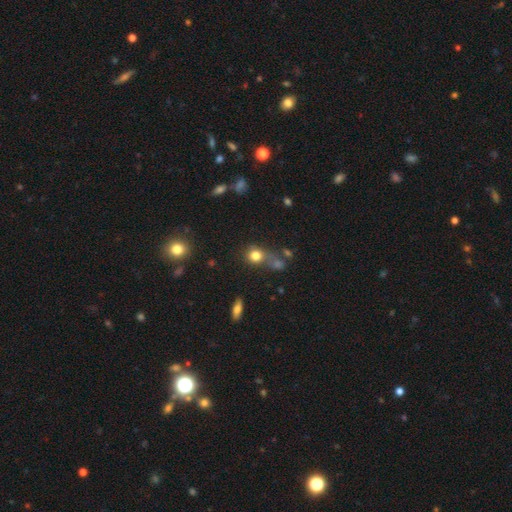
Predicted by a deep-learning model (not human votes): This is likely a smooth galaxy (78%). How rounded: likely round (78%). Merging: possibly none (53%).